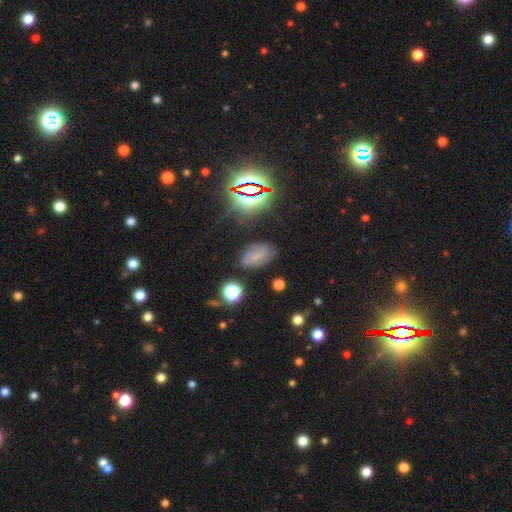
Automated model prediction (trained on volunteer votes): Q: Smooth or featured?
A: smooth (45%); runner-up: featured or disk (30%)
Q: Merging?
A: none (71%); runner-up: minor disturbance (18%)